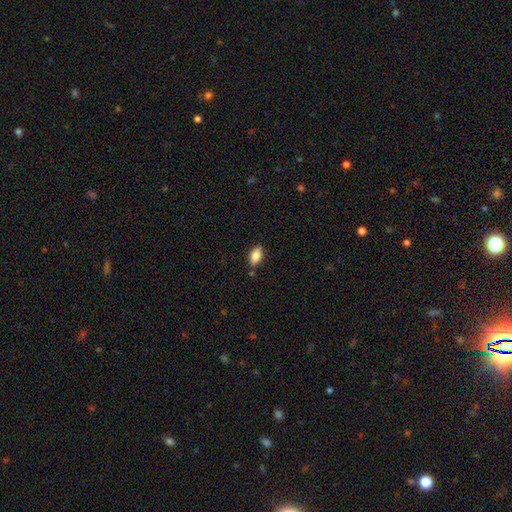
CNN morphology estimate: Smooth or featured?
  - smooth: 79% *
  - featured or disk: 13%
  - star or artifact: 7%
How rounded?
  - in between: 89% *
  - cigar-shaped: 7%
  - round: 3%
Merging?
  - none: 84% *
  - minor disturbance: 11%
  - merger: 3%
  - major disturbance: 2%